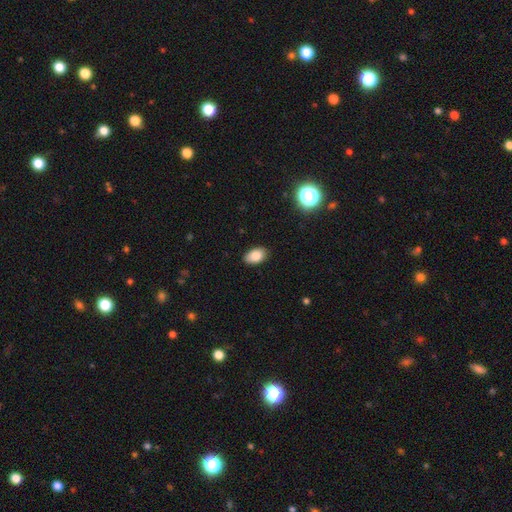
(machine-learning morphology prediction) Overall: smooth (85%). How rounded: in between (91%). Merging: none (87%).